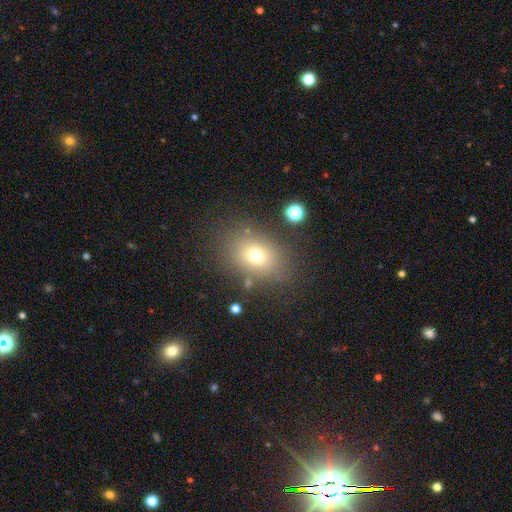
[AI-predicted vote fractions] smooth-or-featured: smooth: 70% | star or artifact: 16% | featured or disk: 14%
  how-rounded: in between: 59% | round: 40% | cigar-shaped: 1%
  merging: none: 79% | minor disturbance: 12% | major disturbance: 6% | merger: 4%